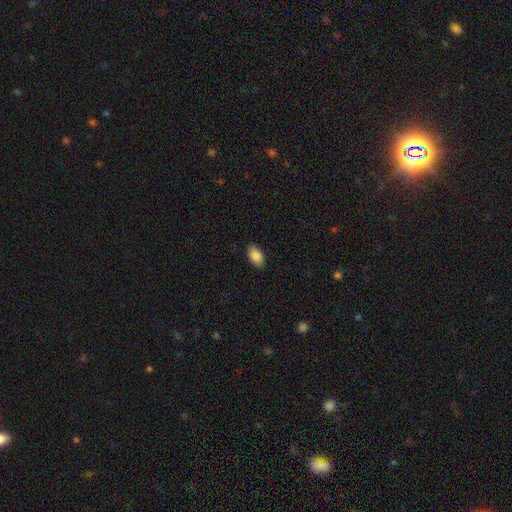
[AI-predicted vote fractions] Smooth or featured?
  - smooth: 87% *
  - star or artifact: 7%
  - featured or disk: 6%
How rounded?
  - in between: 94% *
  - round: 4%
  - cigar-shaped: 3%
Merging?
  - none: 88% *
  - minor disturbance: 9%
  - major disturbance: 2%
  - merger: 1%